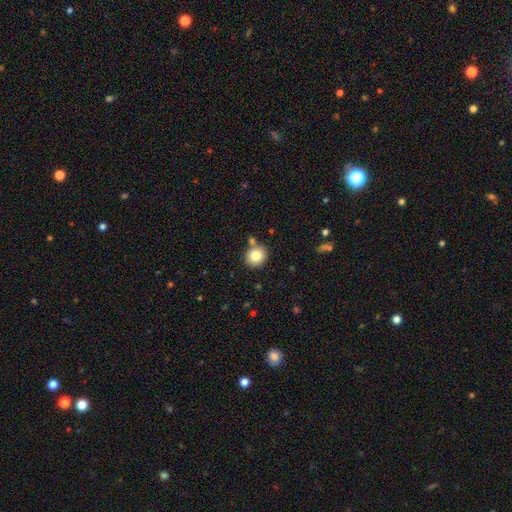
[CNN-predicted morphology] Smooth or featured?
  - smooth: 80% *
  - star or artifact: 10%
  - featured or disk: 10%
How rounded?
  - round: 85% *
  - in between: 14%
  - cigar-shaped: 1%
Merging?
  - none: 78% *
  - merger: 10%
  - minor disturbance: 9%
  - major disturbance: 3%